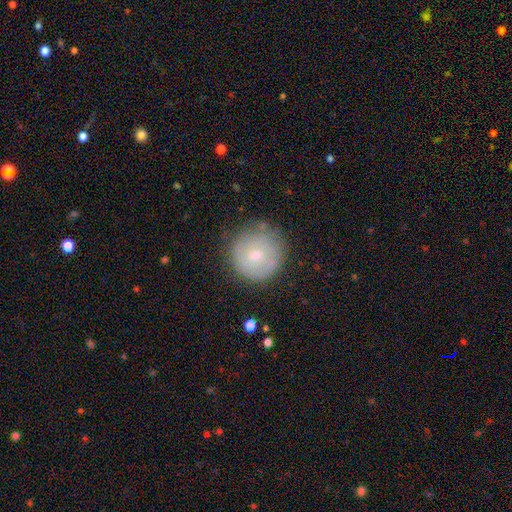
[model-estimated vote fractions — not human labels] This is possibly a smooth galaxy (58%). How rounded: clearly round (94%). Merging: likely none (78%).